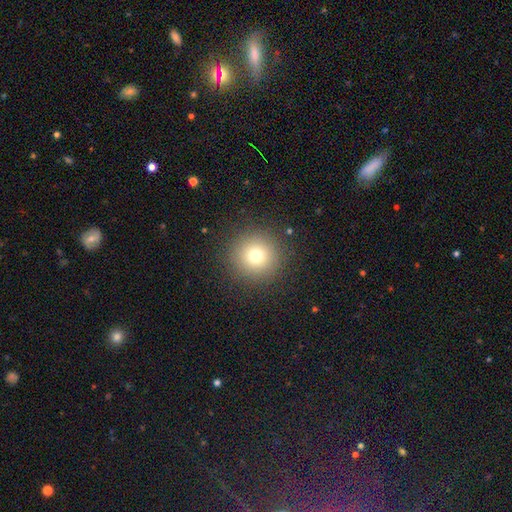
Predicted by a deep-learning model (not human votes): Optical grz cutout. It shows a smooth galaxy with no disk features (74%) that is round (96%). Merging: none (90%).